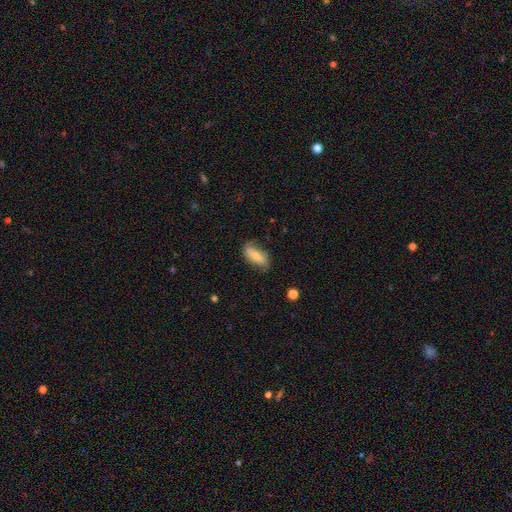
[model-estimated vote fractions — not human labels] smooth-or-featured: smooth: 60% | featured or disk: 33% | star or artifact: 7%
  how-rounded: in between: 82% | cigar-shaped: 14% | round: 3%
  merging: none: 65% | minor disturbance: 26% | major disturbance: 7% | merger: 2%